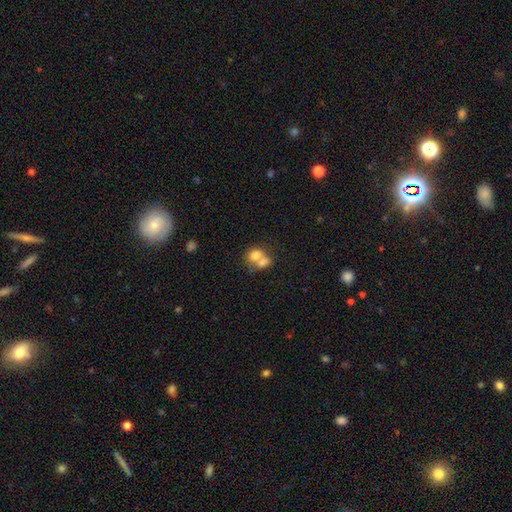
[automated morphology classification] The model was most divided on "how rounded": in between: 55%, round: 44%, cigar-shaped: 1%. More confident: smooth or featured — smooth (73%); merging — merger (67%).